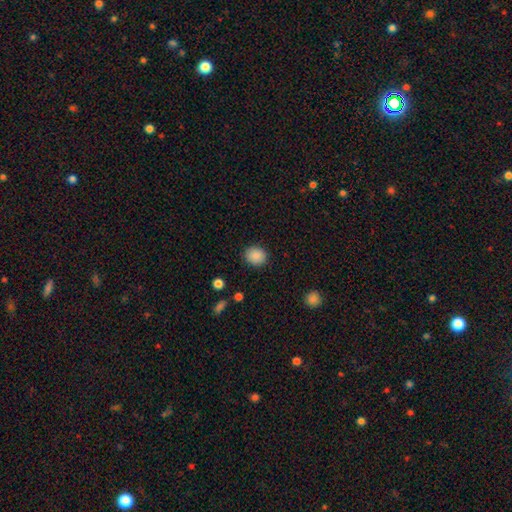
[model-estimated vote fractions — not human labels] A smooth galaxy with no disk features (88%) that is round (72%).

Vote fractions:
- Smooth or featured? smooth: 88% / star or artifact: 9% / featured or disk: 3%
- How rounded? round: 72% / in between: 27% / cigar-shaped: 1%
- Merging? none: 89% / minor disturbance: 7% / major disturbance: 2% / merger: 1%